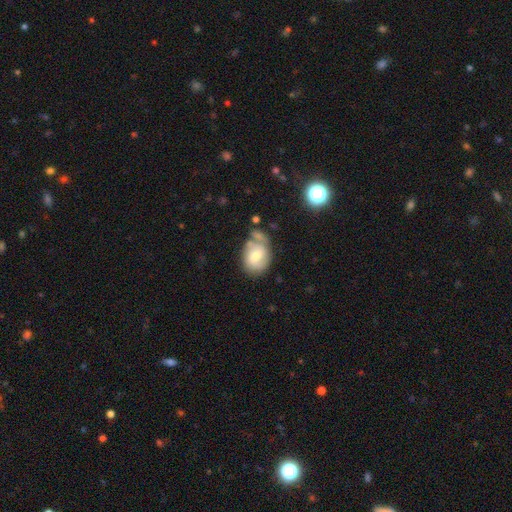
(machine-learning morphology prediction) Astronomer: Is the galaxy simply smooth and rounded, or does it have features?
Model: smooth — 51% (runner-up: featured or disk, 41%).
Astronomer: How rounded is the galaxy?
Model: in between — 61% (runner-up: round, 37%).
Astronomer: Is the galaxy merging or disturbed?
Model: none — 44% (runner-up: minor disturbance, 24%).